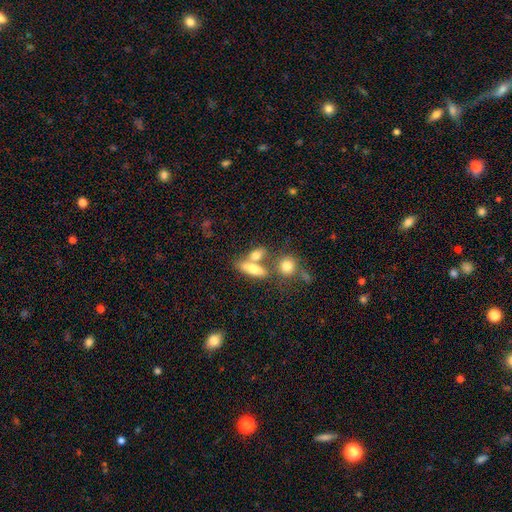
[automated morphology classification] Smooth or featured? Predicted: smooth (p=0.71). How rounded? Predicted: in between (p=0.55). Merging? Predicted: none (p=0.44).